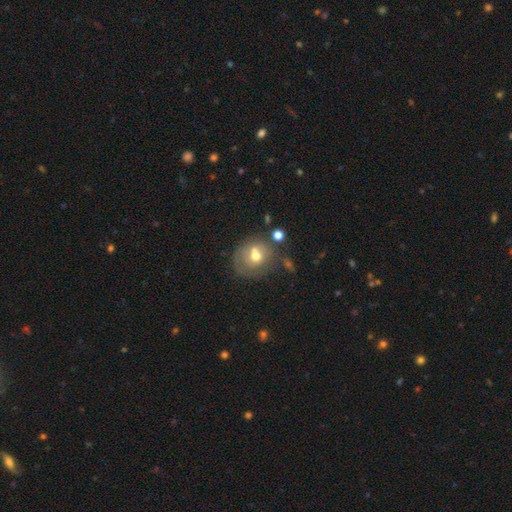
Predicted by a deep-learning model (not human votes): A smooth galaxy with no disk features (59%) that is round (76%).

Vote fractions:
- Smooth or featured? smooth: 59% / featured or disk: 32% / star or artifact: 10%
- How rounded? round: 76% / in between: 23% / cigar-shaped: 1%
- Merging? none: 44% / merger: 25% / minor disturbance: 19% / major disturbance: 11%